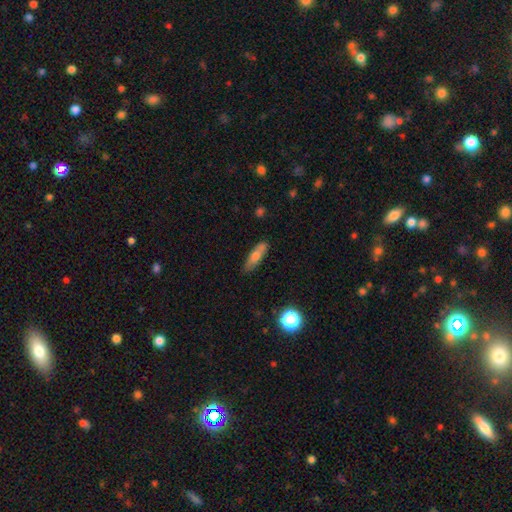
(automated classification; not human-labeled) A smooth galaxy with no disk features (68%) that is cigar-shaped (59%). Merging: none (77%).